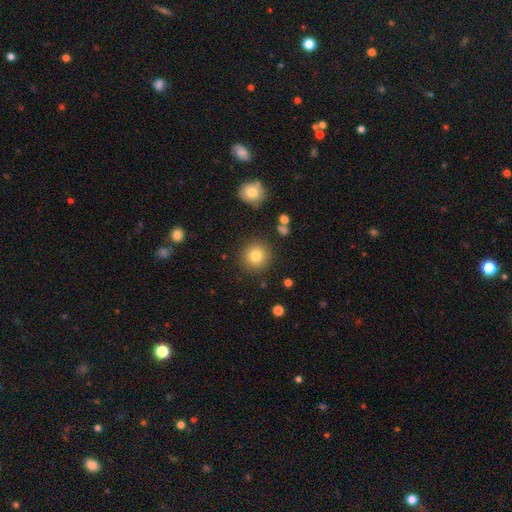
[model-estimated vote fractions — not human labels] Overall: smooth (82%). How rounded: round (93%). Merging: none (88%).